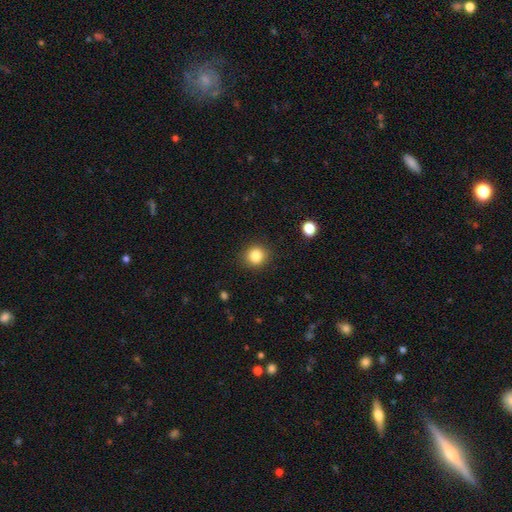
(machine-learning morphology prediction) type=smooth (84%); roundness=round (88%); merging=none (89%).